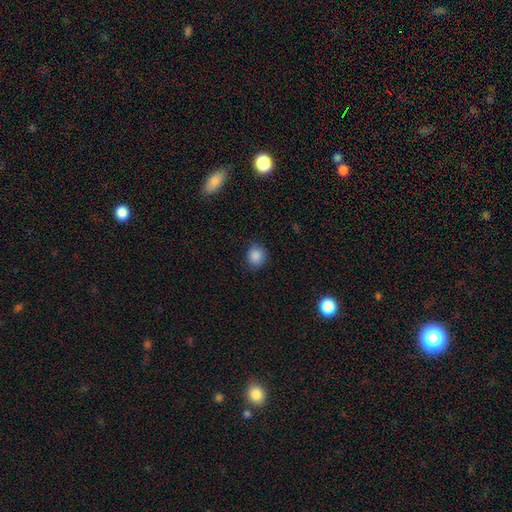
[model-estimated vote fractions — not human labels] A smooth galaxy with no disk features (87%) that is round (79%).

Vote fractions:
- Smooth or featured? smooth: 87% / star or artifact: 9% / featured or disk: 3%
- How rounded? round: 79% / in between: 21% / cigar-shaped: 1%
- Merging? none: 84% / minor disturbance: 12% / major disturbance: 3% / merger: 1%